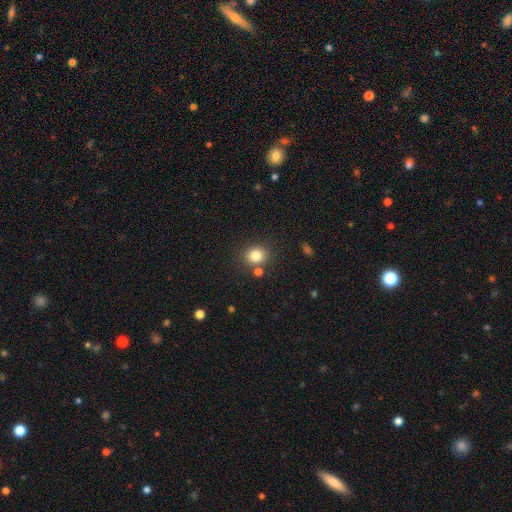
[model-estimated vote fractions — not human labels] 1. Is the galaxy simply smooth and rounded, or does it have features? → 82% smooth, 12% star or artifact, 6% featured or disk.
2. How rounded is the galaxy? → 76% round, 23% in between, 1% cigar-shaped.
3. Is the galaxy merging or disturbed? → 79% none, 9% minor disturbance, 8% merger, 3% major disturbance.